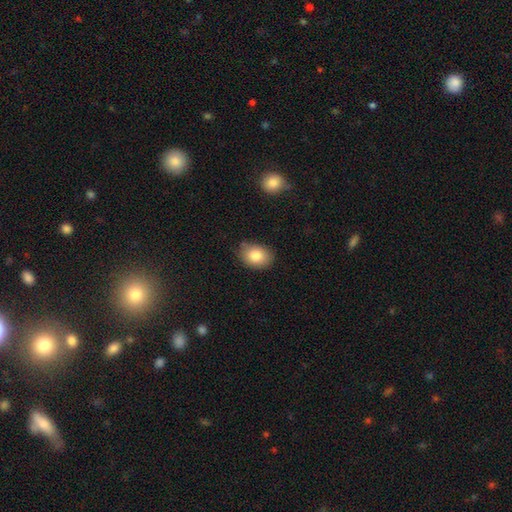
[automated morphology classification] A smooth galaxy with no disk features (83%) that is in between round and cigar-shaped (70%).

Vote fractions:
- Smooth or featured? smooth: 83% / featured or disk: 9% / star or artifact: 8%
- How rounded? in between: 70% / round: 29% / cigar-shaped: 1%
- Merging? none: 78% / minor disturbance: 17% / major disturbance: 3% / merger: 2%